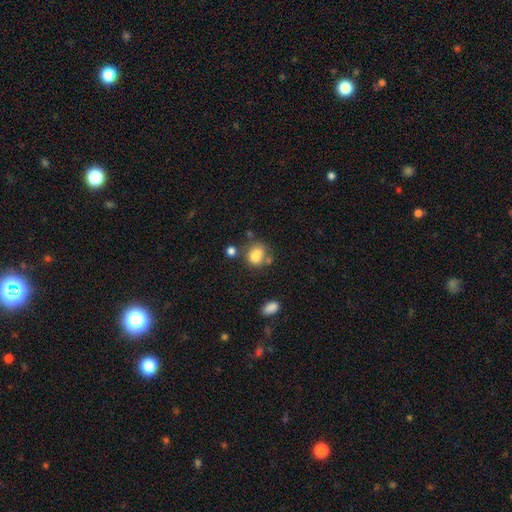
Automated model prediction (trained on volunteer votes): Smooth or featured?
  - smooth: 78% *
  - featured or disk: 11%
  - star or artifact: 11%
How rounded?
  - round: 59% *
  - in between: 40%
  - cigar-shaped: 1%
Merging?
  - none: 48% *
  - merger: 23%
  - minor disturbance: 20%
  - major disturbance: 9%